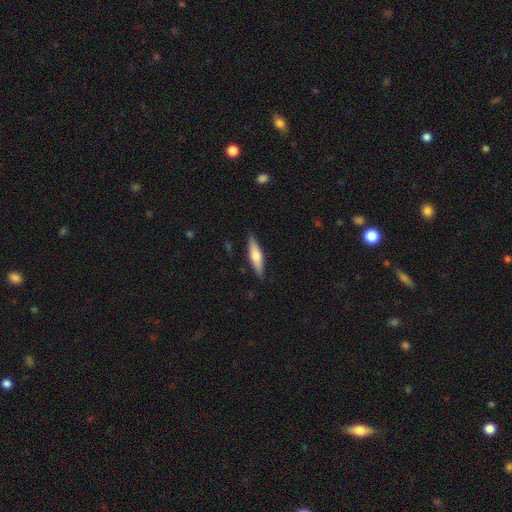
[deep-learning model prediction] Smooth or featured: smooth — 55% (featured or disk — 39%)
How rounded: cigar-shaped — 69% (in between — 29%)
Merging: none — 87% (minor disturbance — 10%)